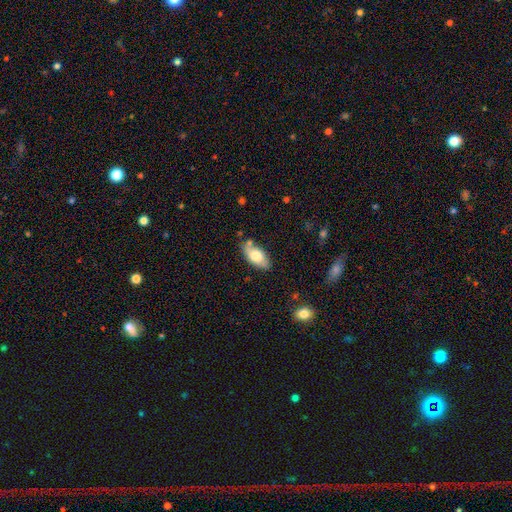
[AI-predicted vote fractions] A smooth galaxy with no disk features (71%) that is in between round and cigar-shaped (90%). Merging: none (75%).